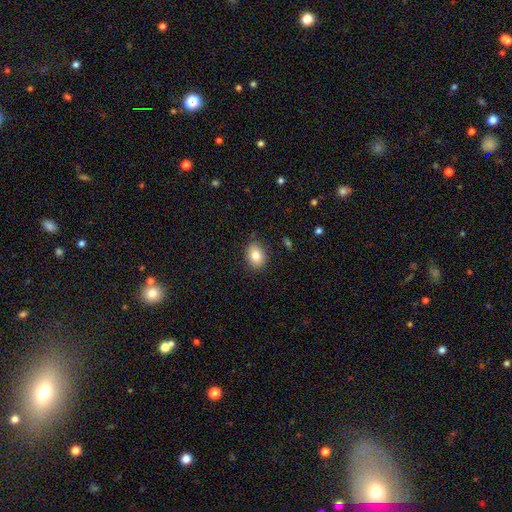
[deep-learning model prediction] Smooth or featured? smooth (83%)
How rounded? in between (66%)
Merging? none (86%)